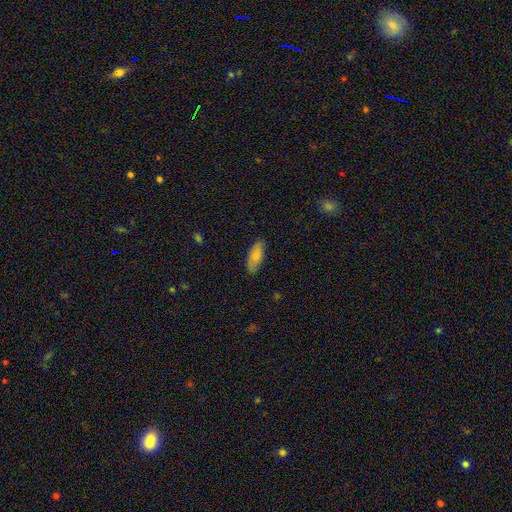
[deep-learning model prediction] A smooth galaxy with no disk features (76%) that is in between round and cigar-shaped (82%).

Vote fractions:
- Smooth or featured? smooth: 76% / featured or disk: 18% / star or artifact: 6%
- How rounded? in between: 82% / cigar-shaped: 16% / round: 2%
- Merging? none: 82% / minor disturbance: 14% / major disturbance: 2% / merger: 1%